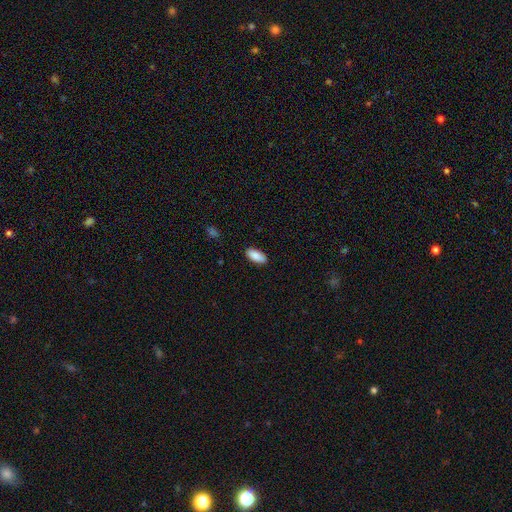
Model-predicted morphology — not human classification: A smooth galaxy with no disk features (89%) that is in between round and cigar-shaped (90%). Merging: none (88%).